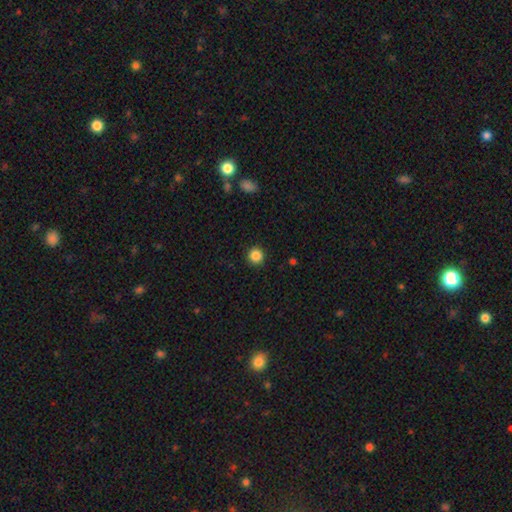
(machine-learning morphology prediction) Q: Smooth or featured?
A: smooth (86%); runner-up: star or artifact (10%)
Q: How rounded?
A: round (94%); runner-up: in between (5%)
Q: Merging?
A: none (92%); runner-up: minor disturbance (5%)